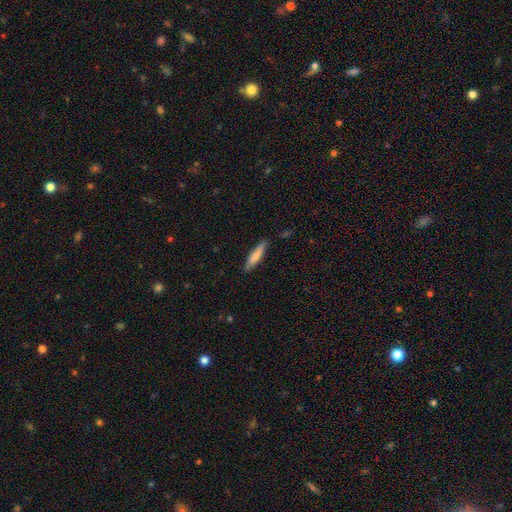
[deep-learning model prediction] Smooth or featured?
  - smooth: 72% *
  - featured or disk: 22%
  - star or artifact: 6%
How rounded?
  - cigar-shaped: 85% *
  - in between: 14%
  - round: 1%
Merging?
  - none: 84% *
  - minor disturbance: 12%
  - major disturbance: 2%
  - merger: 1%